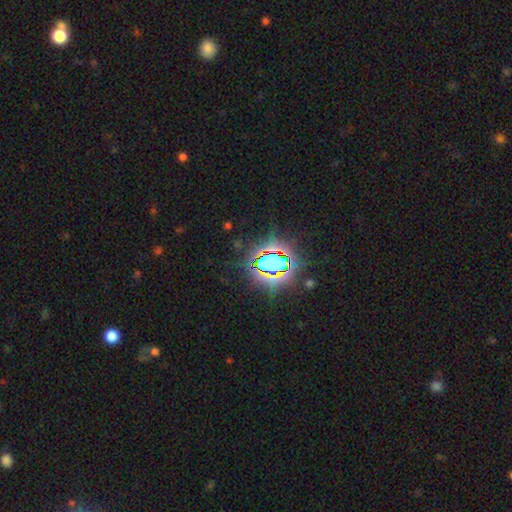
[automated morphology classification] A star or artifact, not a galaxy (79%).